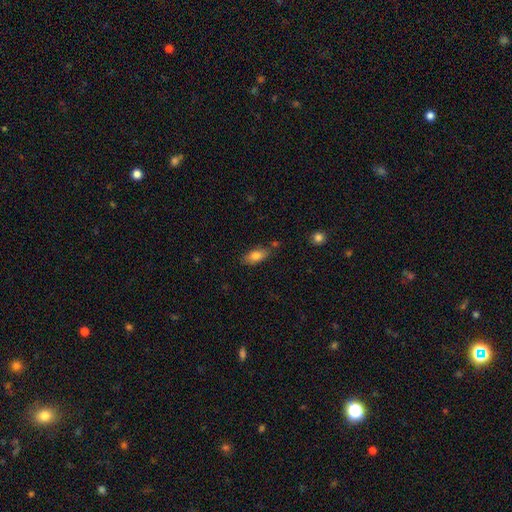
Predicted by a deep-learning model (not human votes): Smooth or featured? Predicted: smooth (p=0.79). How rounded? Predicted: in between (p=0.84). Merging? Predicted: none (p=0.75).